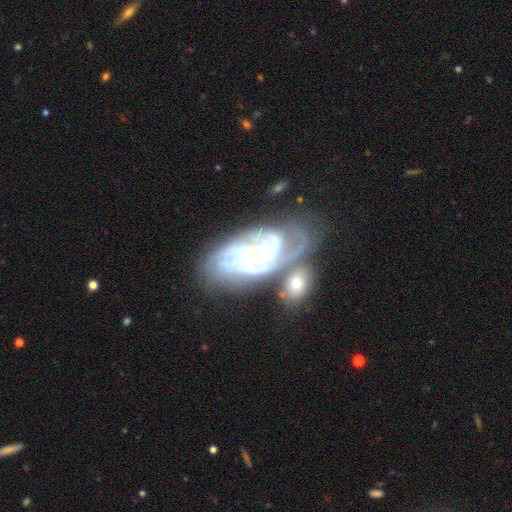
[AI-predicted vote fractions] A featured or disk galaxy (86%) with no bar (58%), tight (67%) spiral arms (95%) and a small central bulge (56%).

Vote fractions:
- Smooth or featured? featured or disk: 86% / smooth: 8% / star or artifact: 7%
- Edge-on disk? no: 95% / yes: 5%
- Bar? no: 58% / weak: 31% / strong: 11%
- Spiral arms? yes: 95% / no: 5%
- Spiral winding? tight: 67% / medium: 28% / loose: 6%
- Spiral arm count? can't tell: 29% / 3: 26% / 4: 17% / 2: 15% / more than 4: 7% / 1: 5%
- Bulge size? small: 56% / moderate: 35% / none: 5% / large: 3% / dominant: 1%
- Merging? none: 43% / merger: 25% / minor disturbance: 20% / major disturbance: 12%